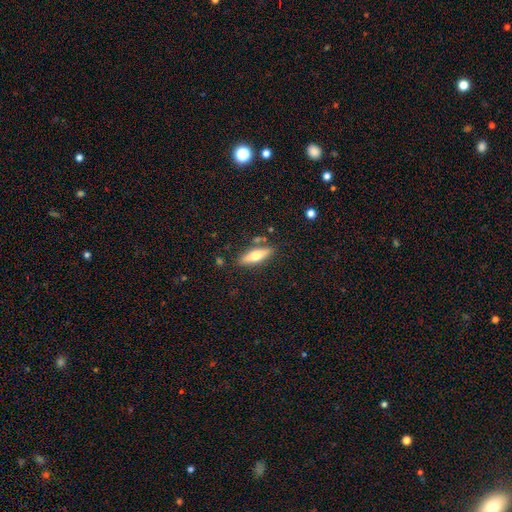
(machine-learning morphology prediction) Smooth or featured: smooth — 55% (featured or disk — 39%)
How rounded: cigar-shaped — 54% (in between — 44%)
Merging: none — 81% (minor disturbance — 12%)